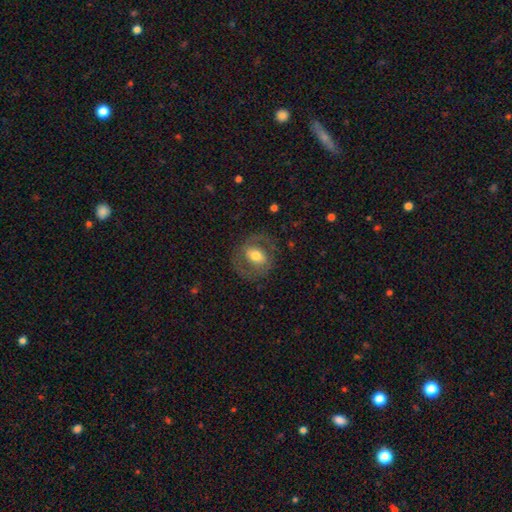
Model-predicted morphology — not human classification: smooth_or_featured: featured or disk (p=0.56) [alt: smooth p=0.37]
disk_edge_on: no (p=0.95) [alt: yes p=0.05]
bar: weak (p=0.38) [alt: no p=0.33]
has_spiral_arms: yes (p=0.57) [alt: no p=0.43]
bulge_size: moderate (p=0.66) [alt: large p=0.18]
merging: none (p=0.75) [alt: minor disturbance p=0.13]